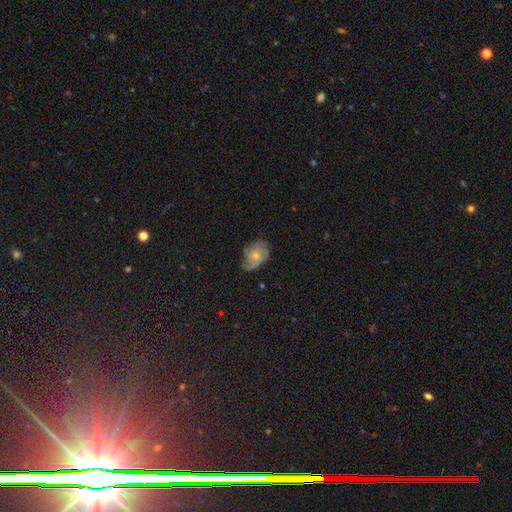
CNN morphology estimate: Smooth or featured? featured or disk (56%)
Edge-on disk? no (96%)
Bar? no (80%)
Spiral arms? yes (81%)
Bulge size? small (48%)
Merging? none (60%)